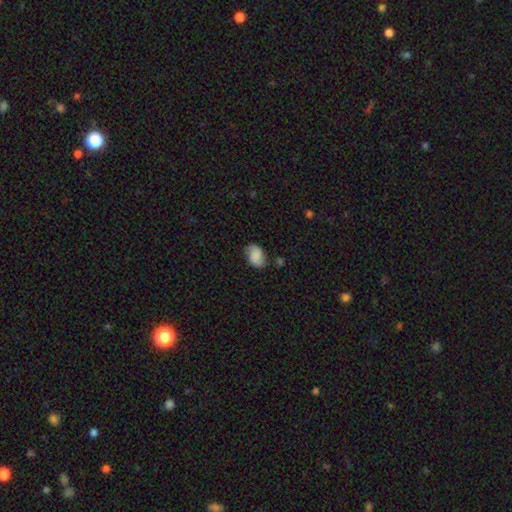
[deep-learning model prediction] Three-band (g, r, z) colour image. It shows a smooth galaxy with no disk features (60%) that is in between round and cigar-shaped (83%). Merging: none (69%).